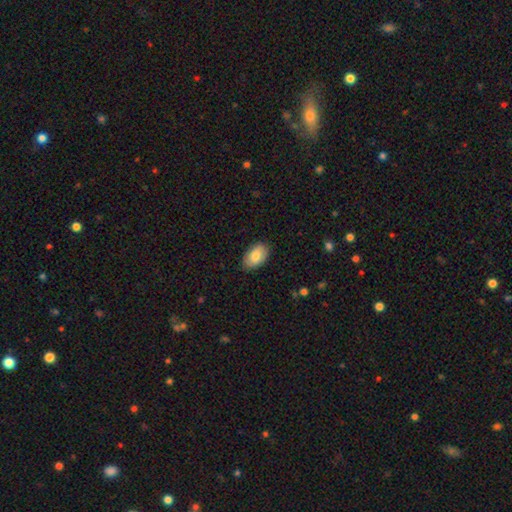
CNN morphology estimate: Smooth or featured? smooth (83%)
How rounded? in between (93%)
Merging? none (85%)